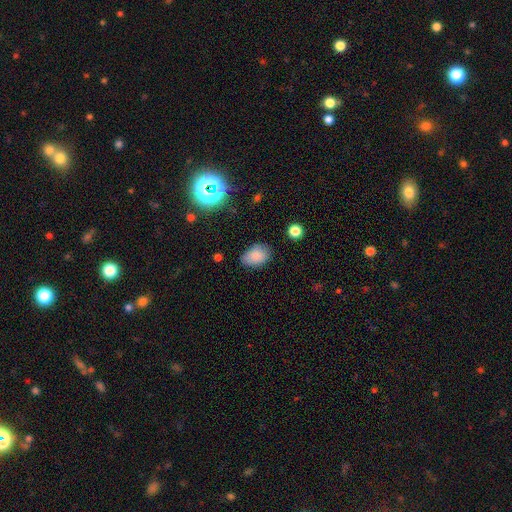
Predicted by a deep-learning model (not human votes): Smooth or featured? smooth (83%)
How rounded? in between (85%)
Merging? none (74%)